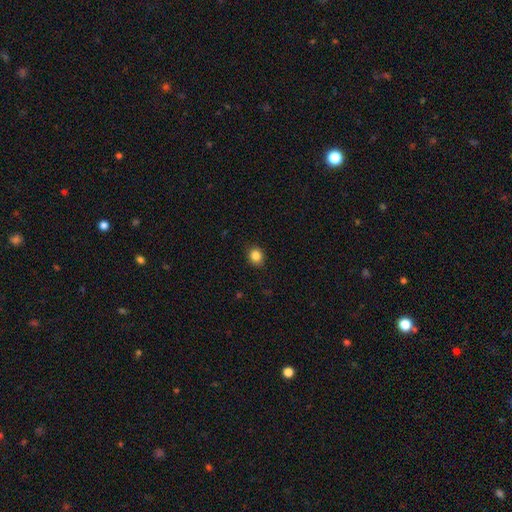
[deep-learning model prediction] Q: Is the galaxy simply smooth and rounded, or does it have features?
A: smooth — 86%.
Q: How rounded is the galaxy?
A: round — 74%.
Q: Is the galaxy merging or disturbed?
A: none — 90%.